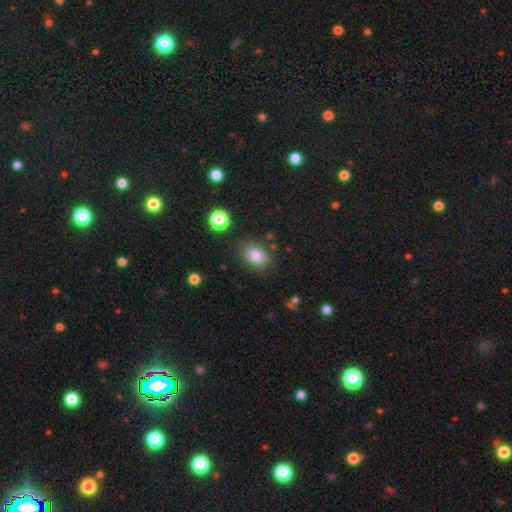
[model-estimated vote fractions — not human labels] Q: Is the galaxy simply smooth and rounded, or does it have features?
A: smooth — 82%.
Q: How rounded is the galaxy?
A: in between — 68%.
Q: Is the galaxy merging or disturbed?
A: none — 81%.